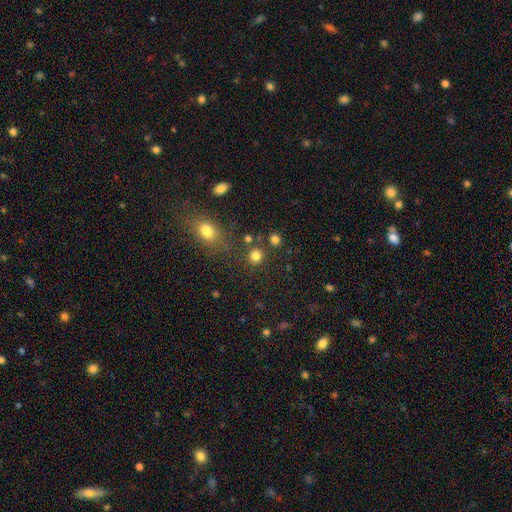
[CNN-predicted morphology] Smooth or featured? Predicted: smooth (p=0.81). How rounded? Predicted: round (p=0.88). Merging? Predicted: none (p=0.81).